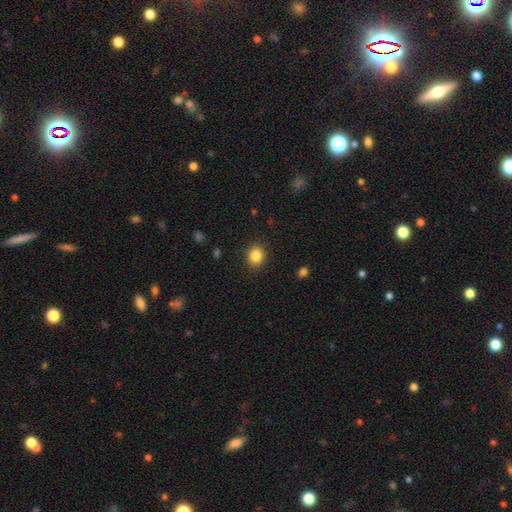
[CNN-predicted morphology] Q: Smooth or featured?
A: smooth (85%); runner-up: star or artifact (10%)
Q: How rounded?
A: round (69%); runner-up: in between (31%)
Q: Merging?
A: none (90%); runner-up: minor disturbance (7%)